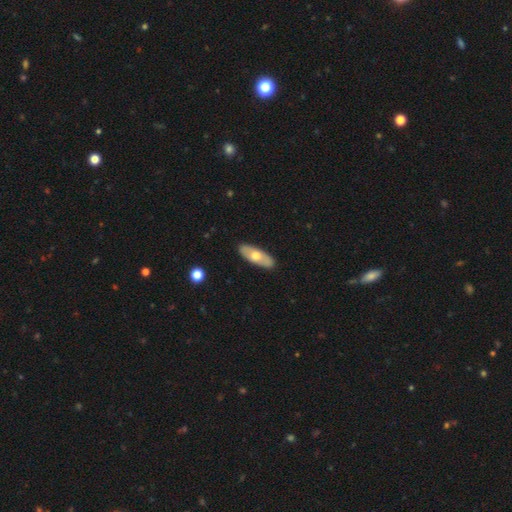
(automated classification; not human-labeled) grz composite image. It shows a smooth galaxy with no disk features (56%) that is in between round and cigar-shaped (76%). Merging: none (89%).